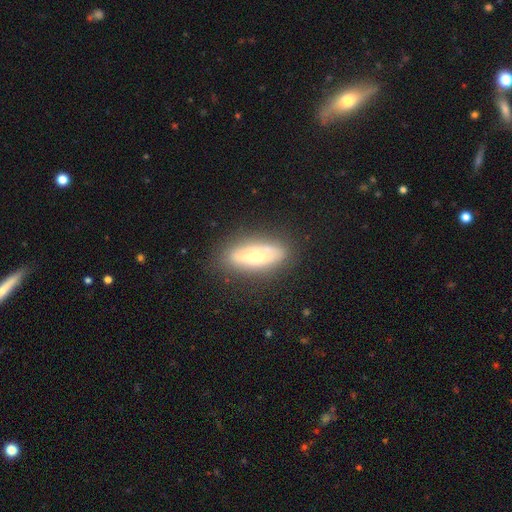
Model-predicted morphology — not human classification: smooth_or_featured: smooth (p=0.52) [alt: featured or disk p=0.40]
how_rounded: in between (p=0.59) [alt: cigar-shaped p=0.38]
merging: none (p=0.83) [alt: minor disturbance p=0.12]